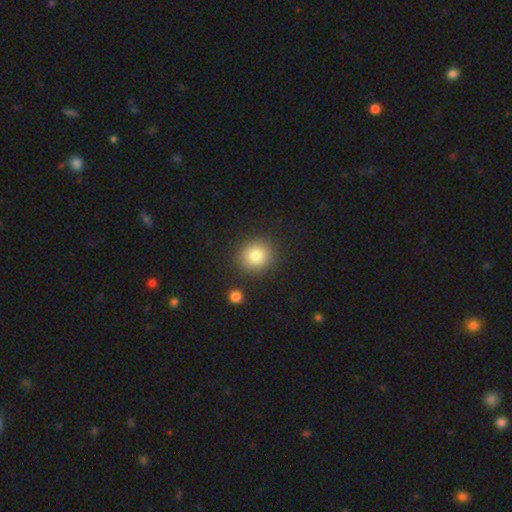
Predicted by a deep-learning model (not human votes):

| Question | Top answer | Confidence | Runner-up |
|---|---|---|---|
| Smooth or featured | smooth | 81% | star or artifact (11%) |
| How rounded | round | 87% | in between (12%) |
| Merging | none | 88% | minor disturbance (7%) |